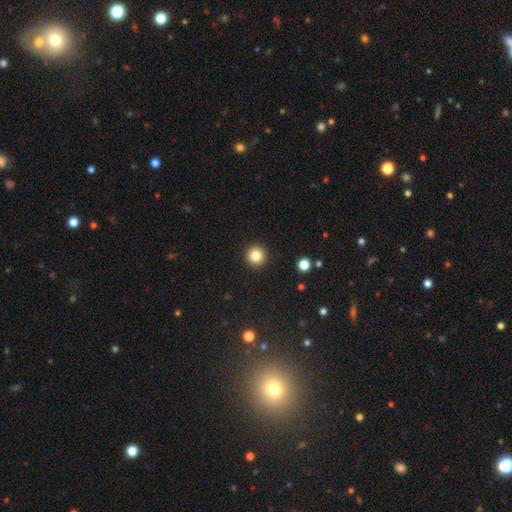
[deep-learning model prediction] A smooth galaxy with no disk features (84%) that is round (95%). Merging: none (93%).